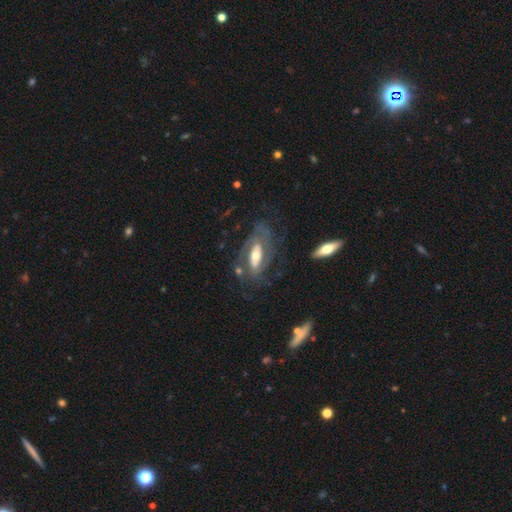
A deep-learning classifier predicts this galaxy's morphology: type=featured or disk (76%); edge-on=no (87%); bar=no (40%); spiral arms=yes (77%); winding=tight (45%); arm count=2 (54%); bulge=moderate (63%); merging=none (55%).